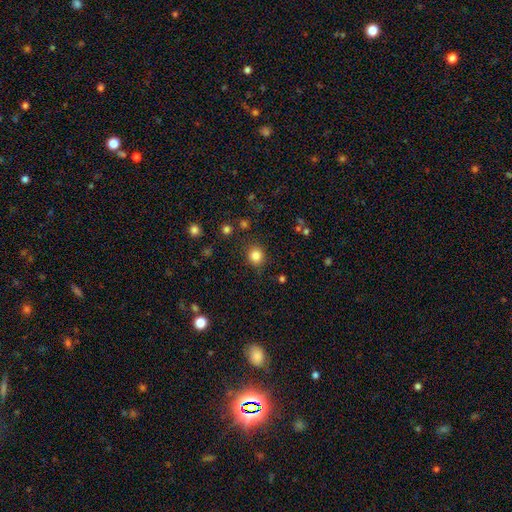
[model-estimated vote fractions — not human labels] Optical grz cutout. It shows a smooth galaxy with no disk features (83%) that is round (86%). Merging: none (85%).